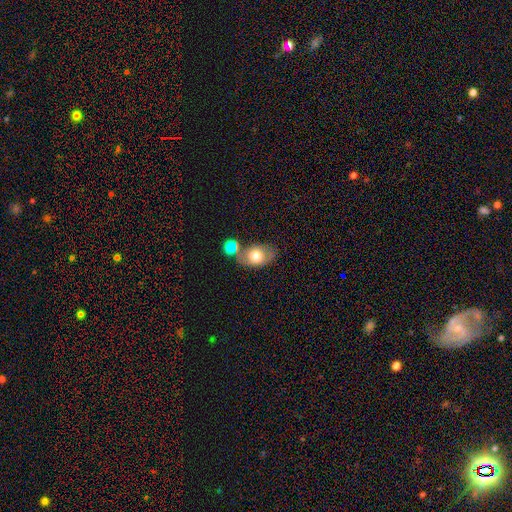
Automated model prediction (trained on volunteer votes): A smooth galaxy with no disk features (70%) that is in between round and cigar-shaped (78%). Merging: none (44%).